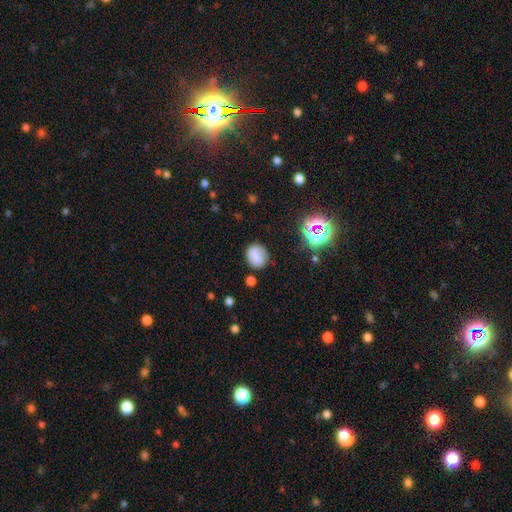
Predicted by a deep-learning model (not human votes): Morphology: type=smooth (76%); roundness=round (67%); merging=none (76%).